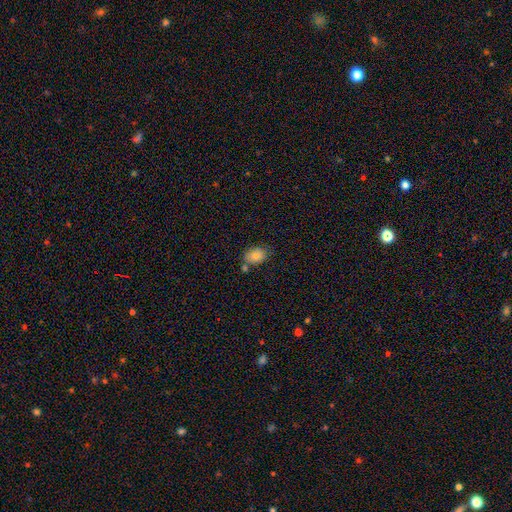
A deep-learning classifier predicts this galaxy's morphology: type=smooth (85%); roundness=in between (82%); merging=none (62%).